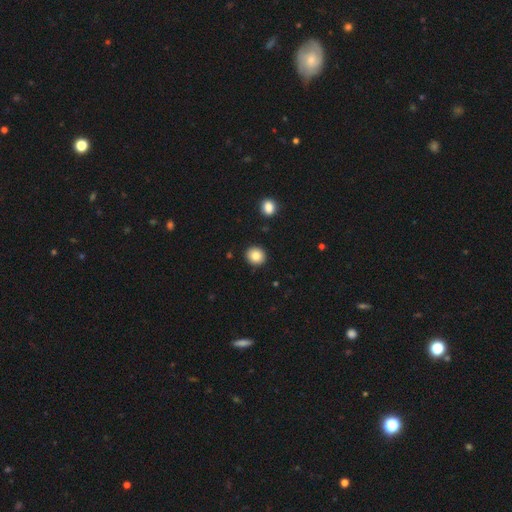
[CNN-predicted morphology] Smooth or featured?
  - smooth: 84% *
  - star or artifact: 9%
  - featured or disk: 6%
How rounded?
  - round: 84% *
  - in between: 15%
  - cigar-shaped: 1%
Merging?
  - none: 91% *
  - minor disturbance: 6%
  - major disturbance: 2%
  - merger: 2%